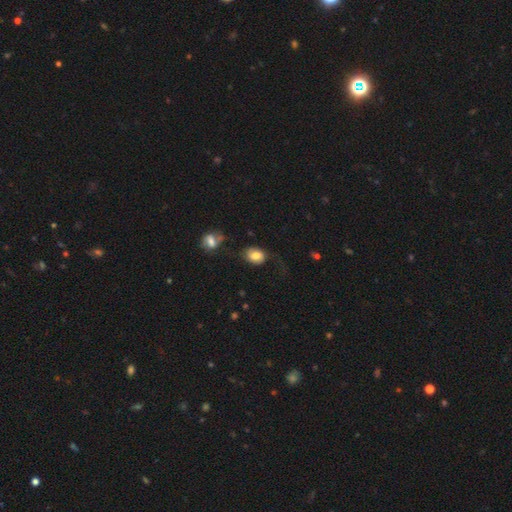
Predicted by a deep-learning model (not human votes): Smooth or featured? Predicted: smooth (p=0.73). How rounded? Predicted: in between (p=0.67). Merging? Predicted: none (p=0.51).